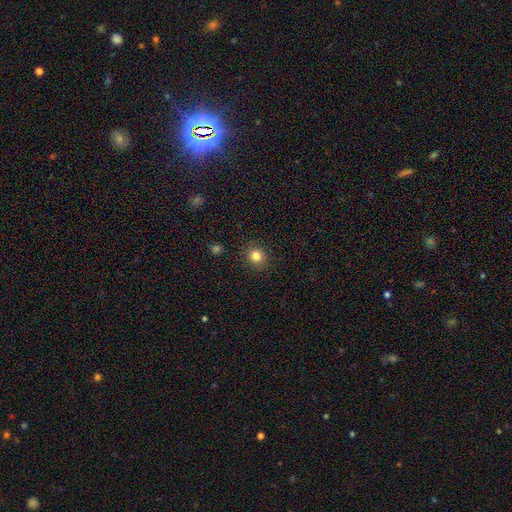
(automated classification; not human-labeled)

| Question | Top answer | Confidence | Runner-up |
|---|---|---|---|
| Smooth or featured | smooth | 83% | star or artifact (12%) |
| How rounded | round | 82% | in between (17%) |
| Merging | none | 90% | minor disturbance (7%) |